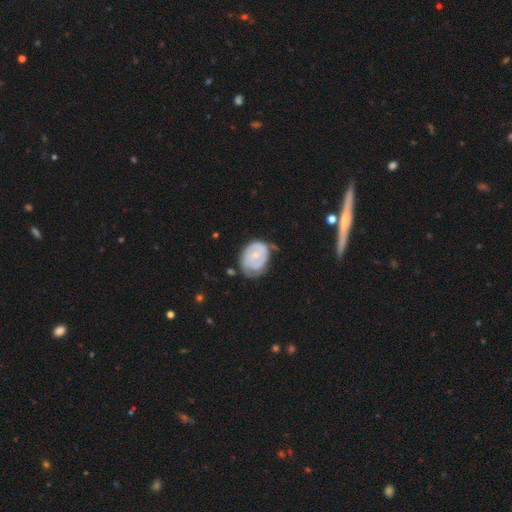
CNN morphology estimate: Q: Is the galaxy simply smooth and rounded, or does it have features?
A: featured or disk — 59%.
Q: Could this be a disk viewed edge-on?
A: no — 97%.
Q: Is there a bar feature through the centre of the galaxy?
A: no — 70%.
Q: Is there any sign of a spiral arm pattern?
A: yes — 69%.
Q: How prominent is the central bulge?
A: small — 62%.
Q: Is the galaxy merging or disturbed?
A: none — 44%.